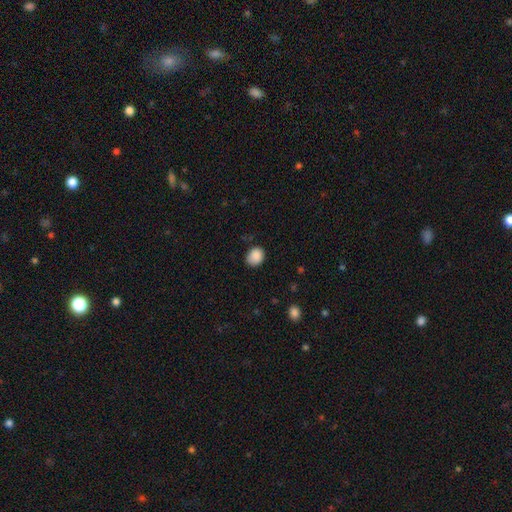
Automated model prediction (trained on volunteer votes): Q: Smooth or featured?
A: smooth (88%); runner-up: star or artifact (8%)
Q: How rounded?
A: round (55%); runner-up: in between (44%)
Q: Merging?
A: none (75%); runner-up: minor disturbance (20%)